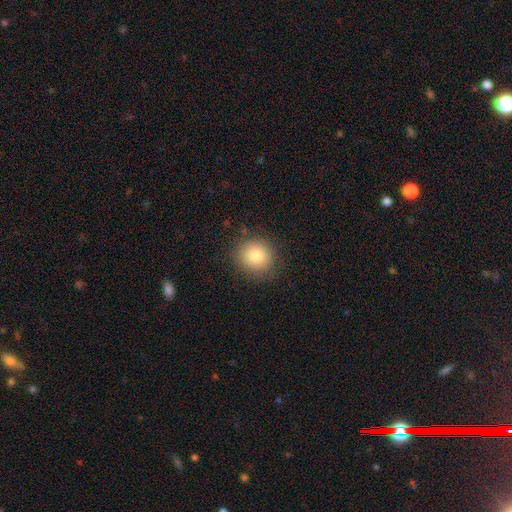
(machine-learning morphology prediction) smooth_or_featured: smooth (p=0.82) [alt: star or artifact p=0.10]
how_rounded: round (p=0.84) [alt: in between p=0.15]
merging: none (p=0.87) [alt: minor disturbance p=0.09]